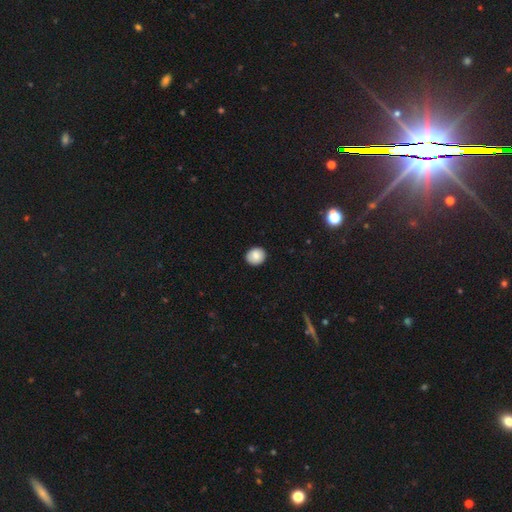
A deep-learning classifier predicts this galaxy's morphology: A smooth galaxy with no disk features (85%) that is round (77%). Merging: none (88%).